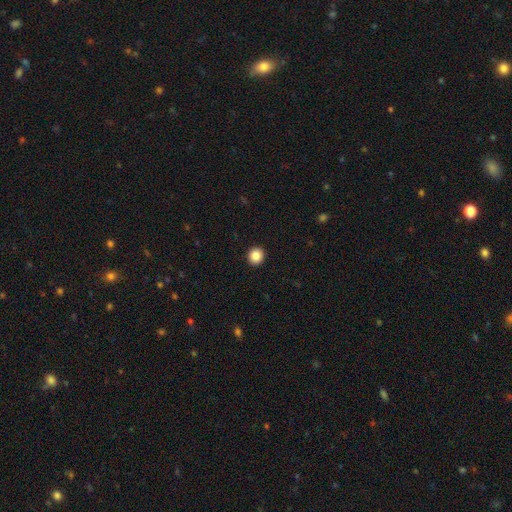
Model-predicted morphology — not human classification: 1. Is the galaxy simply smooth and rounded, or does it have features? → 87% smooth, 10% star or artifact, 4% featured or disk.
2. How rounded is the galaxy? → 91% round, 8% in between, 1% cigar-shaped.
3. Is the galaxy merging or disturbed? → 93% none, 4% minor disturbance, 1% major disturbance, 1% merger.